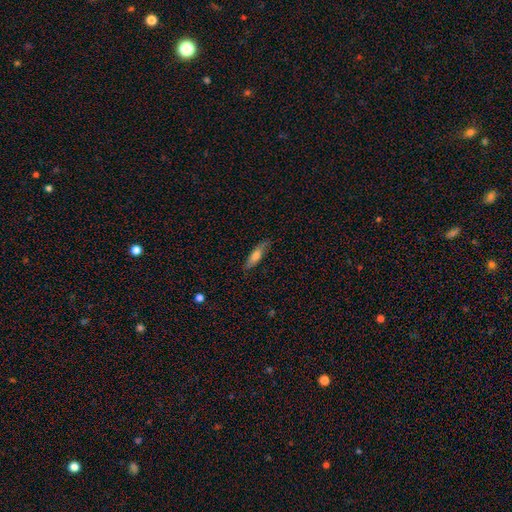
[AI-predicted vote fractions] Overall: smooth (68%). How rounded: cigar-shaped (61%; in between 37%). Merging: none (80%).